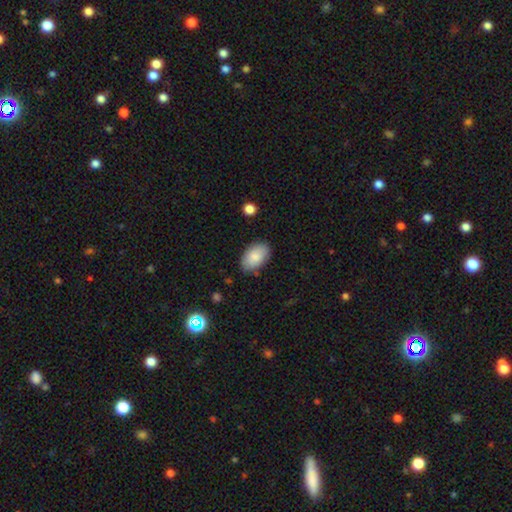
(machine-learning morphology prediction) Q: Smooth or featured?
A: smooth (85%); runner-up: featured or disk (8%)
Q: How rounded?
A: in between (93%); runner-up: round (6%)
Q: Merging?
A: none (82%); runner-up: minor disturbance (14%)